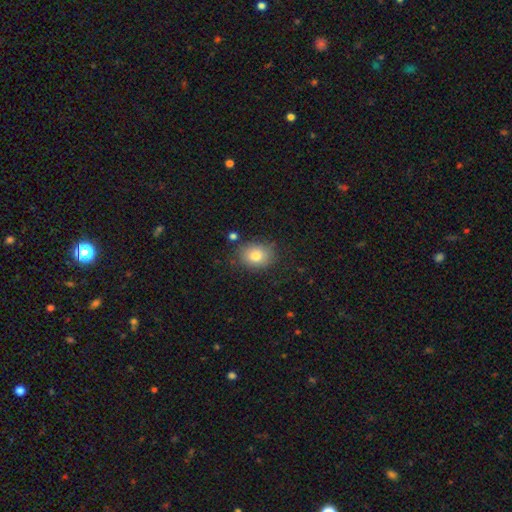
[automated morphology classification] This is likely a smooth galaxy (80%). How rounded: possibly round (51%). Merging: likely none (79%).